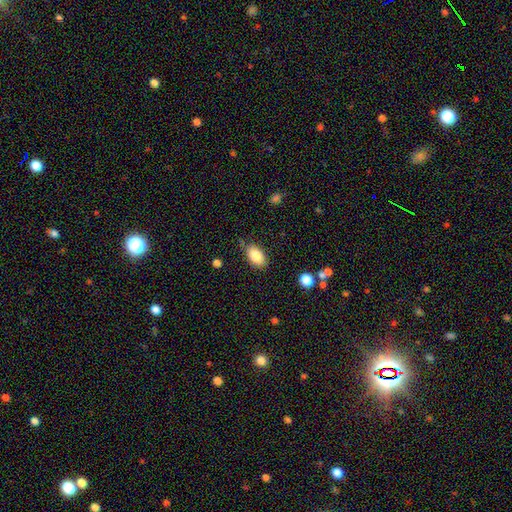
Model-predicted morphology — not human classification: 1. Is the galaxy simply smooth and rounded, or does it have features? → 84% smooth, 8% featured or disk, 8% star or artifact.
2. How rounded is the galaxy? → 91% in between, 7% round, 2% cigar-shaped.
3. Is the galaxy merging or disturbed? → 79% none, 15% minor disturbance, 3% major disturbance, 3% merger.